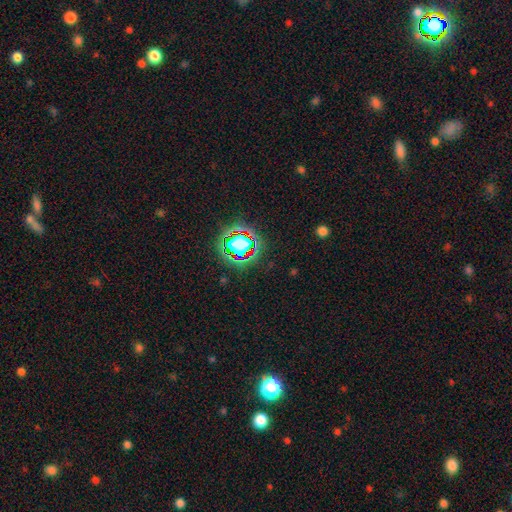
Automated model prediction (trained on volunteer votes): A star or artifact, not a galaxy (79%).

Vote fractions:
- Smooth or featured? star or artifact: 79% / smooth: 14% / featured or disk: 8%